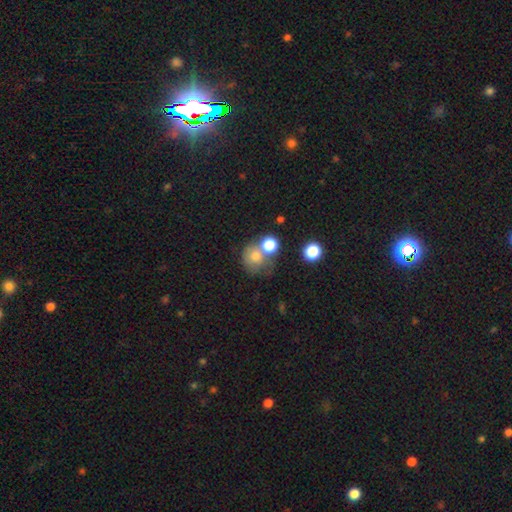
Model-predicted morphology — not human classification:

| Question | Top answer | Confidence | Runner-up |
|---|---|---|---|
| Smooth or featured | smooth | 74% | featured or disk (14%) |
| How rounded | round | 80% | in between (19%) |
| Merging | merger | 39% | tied: none (39%) |